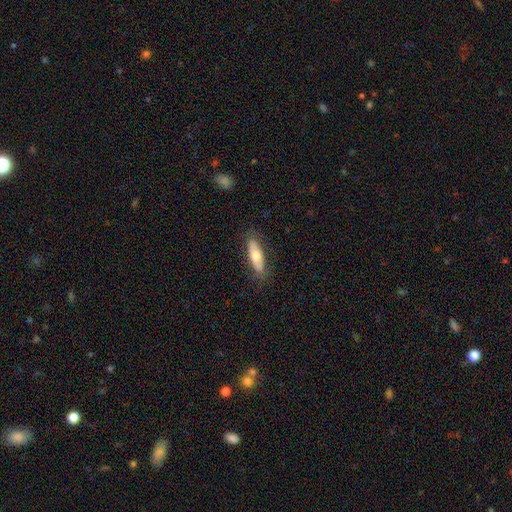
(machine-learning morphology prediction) type=smooth (63%); roundness=in between (58%); merging=none (82%).